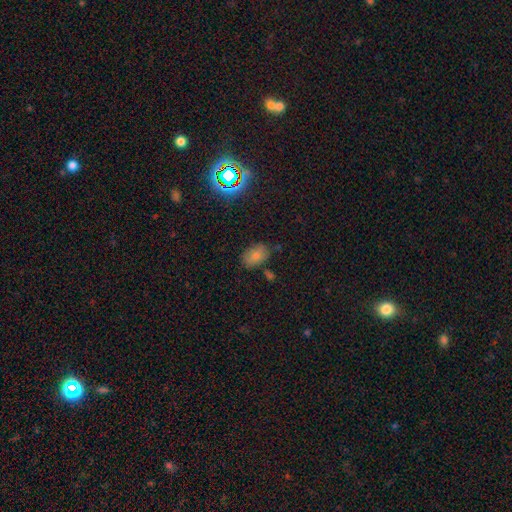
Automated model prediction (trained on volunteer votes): Overall: smooth (78%). How rounded: in between (86%). Merging: none (73%).